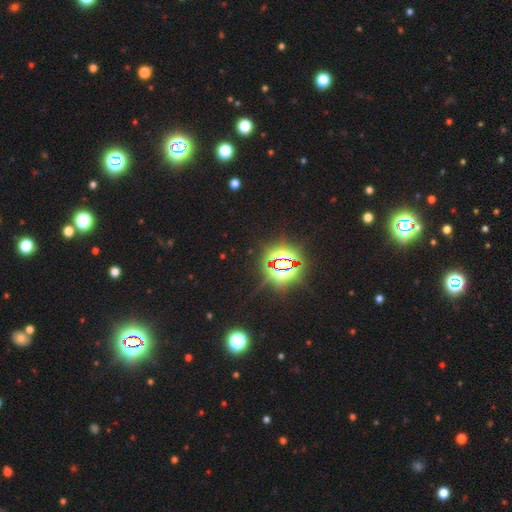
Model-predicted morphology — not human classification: A star or artifact, not a galaxy (80%).